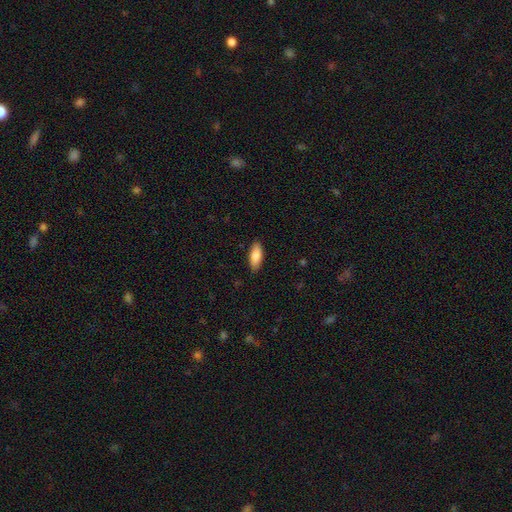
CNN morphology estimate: type=smooth (86%); roundness=in between (77%); merging=none (87%).